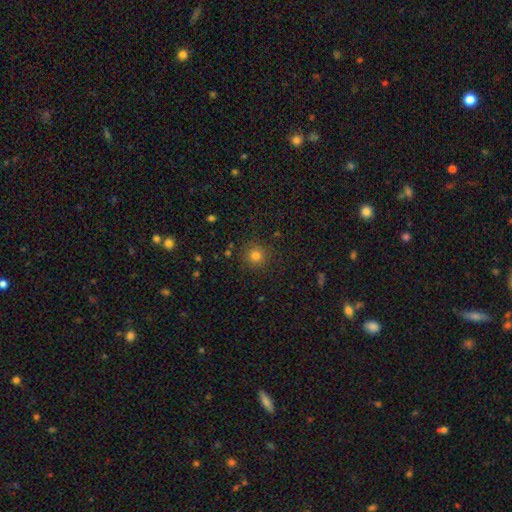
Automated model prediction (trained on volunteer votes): Smooth or featured? Predicted: smooth (p=0.79). How rounded? Predicted: round (p=0.93). Merging? Predicted: none (p=0.88).